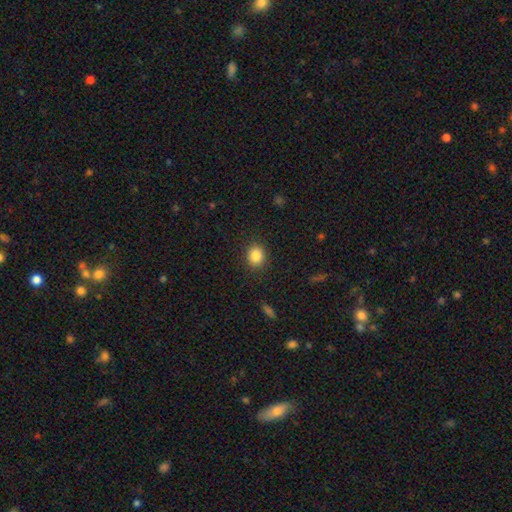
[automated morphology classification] Smooth or featured? Predicted: smooth (p=0.85). How rounded? Predicted: round (p=0.72). Merging? Predicted: none (p=0.88).